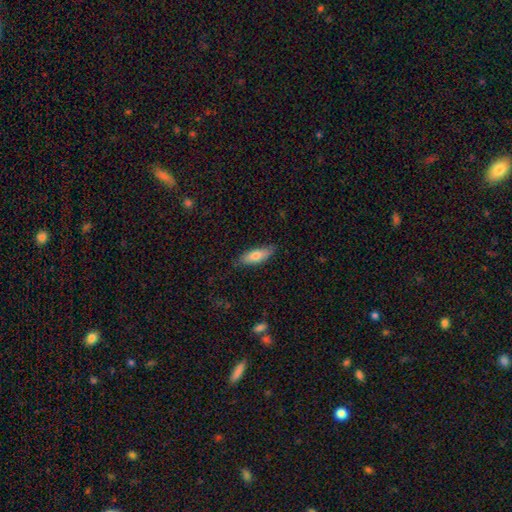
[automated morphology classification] This appears to be a smooth galaxy with no disk features (74%) that is in between round and cigar-shaped (65%). Merging: none (80%).